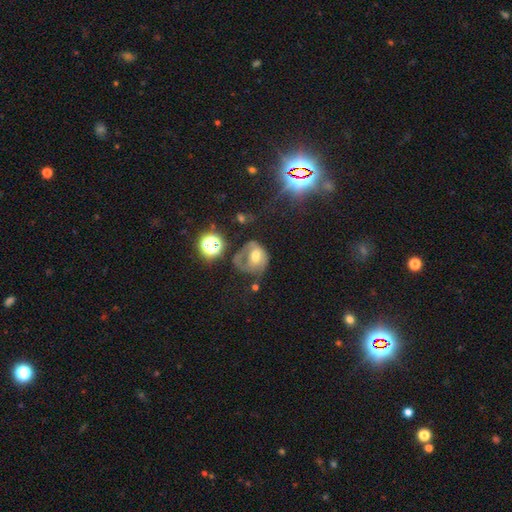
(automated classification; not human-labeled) Q: Smooth or featured?
A: featured or disk (50%); runner-up: smooth (36%)
Q: Merging?
A: major disturbance (39%); runner-up: none (30%)